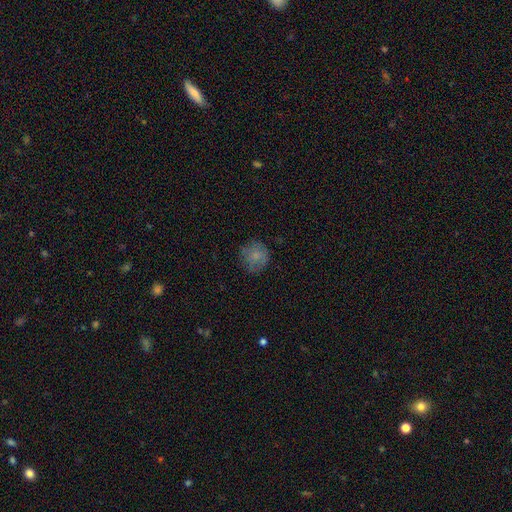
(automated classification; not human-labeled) smooth-or-featured: smooth: 78% | featured or disk: 13% | star or artifact: 9%
  how-rounded: round: 87% | in between: 12% | cigar-shaped: 1%
  merging: none: 74% | minor disturbance: 19% | major disturbance: 6% | merger: 1%